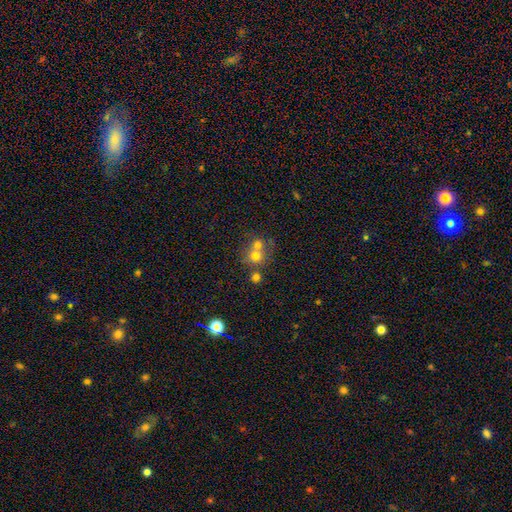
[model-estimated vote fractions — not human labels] Overall: smooth (66%). How rounded: round (83%). Merging: merger (51%; none 39%).